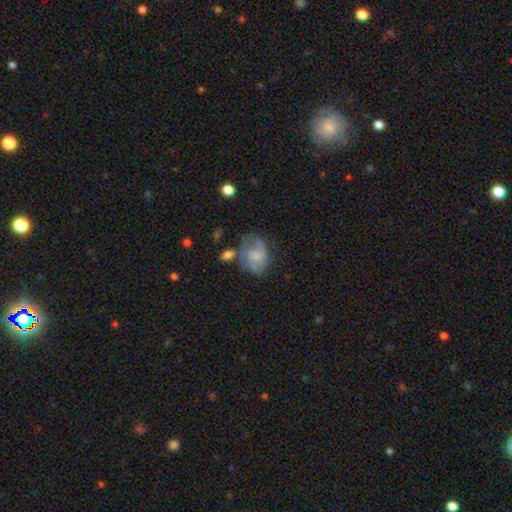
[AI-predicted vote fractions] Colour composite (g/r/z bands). It shows a featured or disk galaxy (55%) with no bar (64%), spiral arms (79%) and no central bulge (33%). Merging: none (44%).